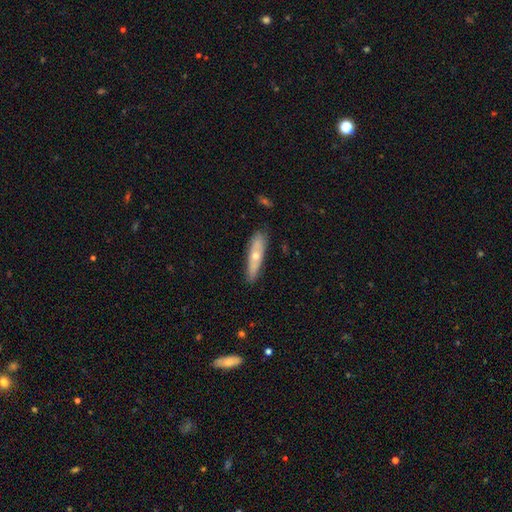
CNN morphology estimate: Overall: smooth (47%; featured or disk 46%). Merging: none (82%).